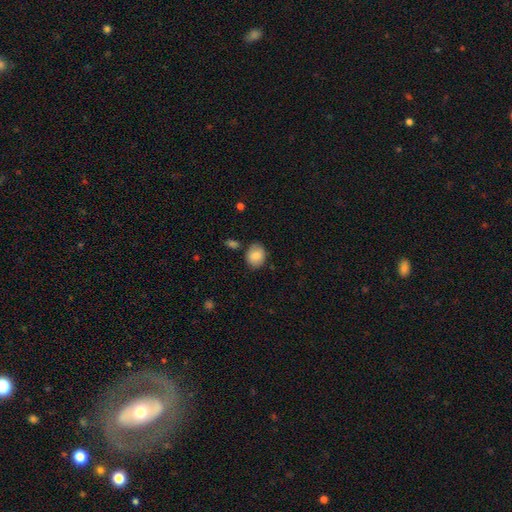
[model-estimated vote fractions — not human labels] This is clearly a smooth galaxy (83%). How rounded: possibly round (54%). Merging: likely none (79%).